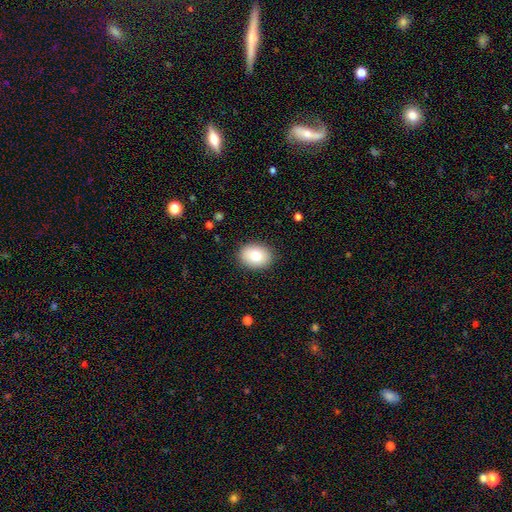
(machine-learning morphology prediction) This is clearly a smooth galaxy (81%). How rounded: likely in between (67%). Merging: clearly none (88%).